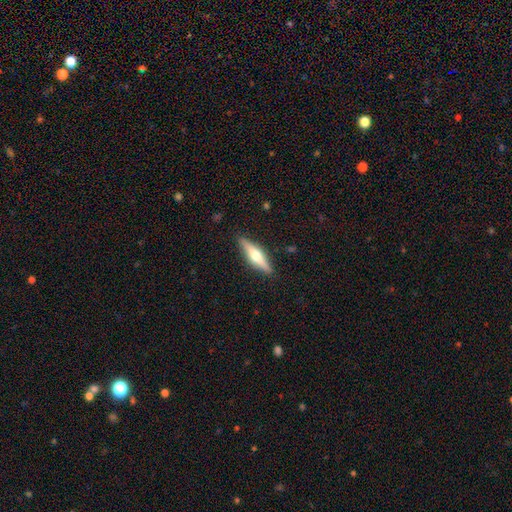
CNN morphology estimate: smooth-or-featured: featured or disk: 60% | smooth: 35% | star or artifact: 6%
  disk-edge-on: yes: 95% | no: 5%
    edge-on-bulge: rounded: 93% | boxy: 4% | none: 3%
  merging: none: 89% | minor disturbance: 8% | major disturbance: 2% | merger: 1%